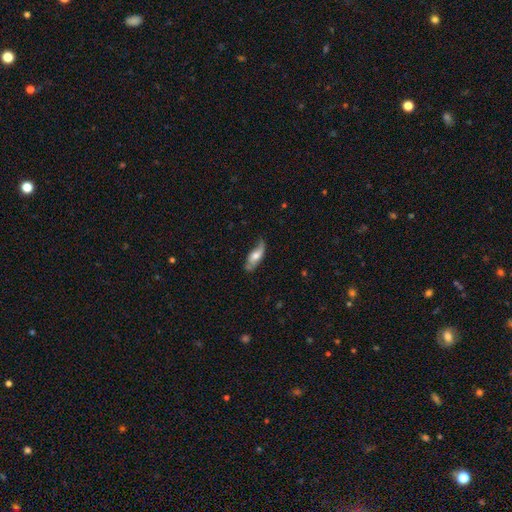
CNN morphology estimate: The model was most divided on "smooth or featured": smooth: 52%, featured or disk: 42%, star or artifact: 6%. More confident: how rounded — in between (64%); merging — none (62%).